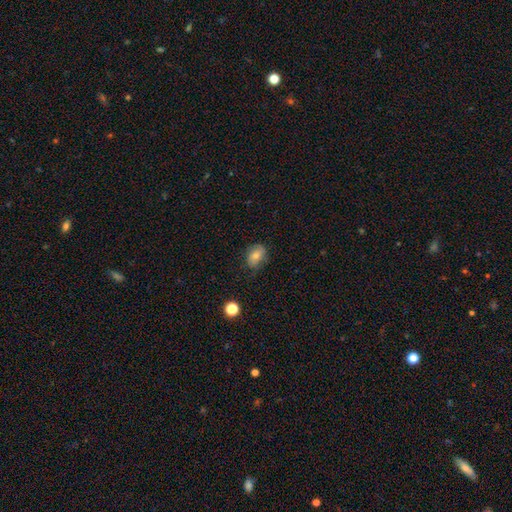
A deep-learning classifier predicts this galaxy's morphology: Smooth or featured: smooth — 73% (featured or disk — 17%)
How rounded: in between — 72% (round — 27%)
Merging: none — 67% (minor disturbance — 25%)